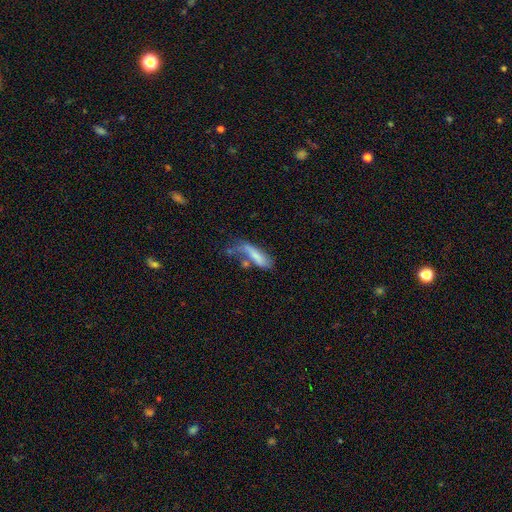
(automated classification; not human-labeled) This is likely a smooth galaxy (66%). How rounded: possibly cigar-shaped (51%). Merging: marginally major disturbance (31%).